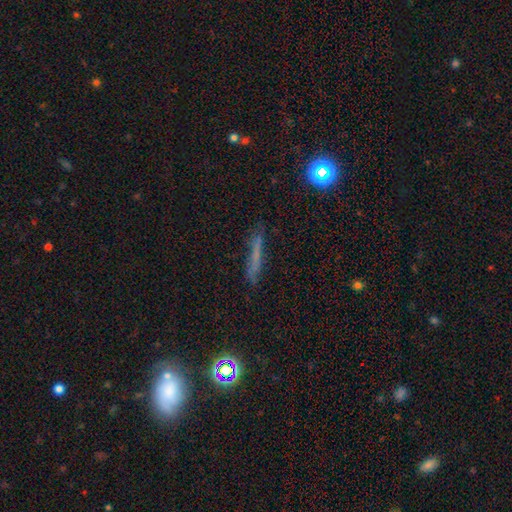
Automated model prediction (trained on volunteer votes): This appears to be a smooth galaxy with no disk features (51%) that is cigar-shaped (90%). Merging: none (78%).